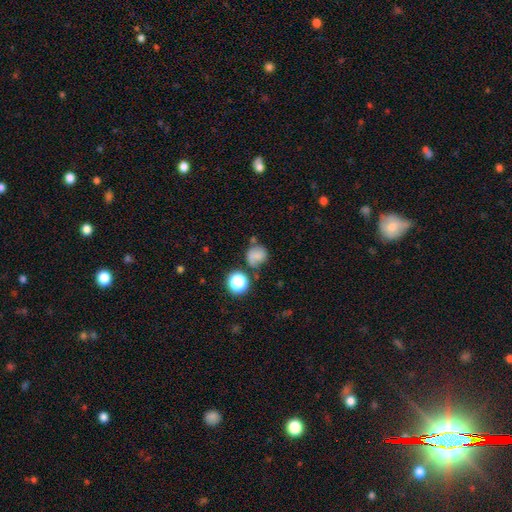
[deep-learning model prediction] This appears to be a smooth galaxy with no disk features (70%) that is round (80%). Merging: none (57%).